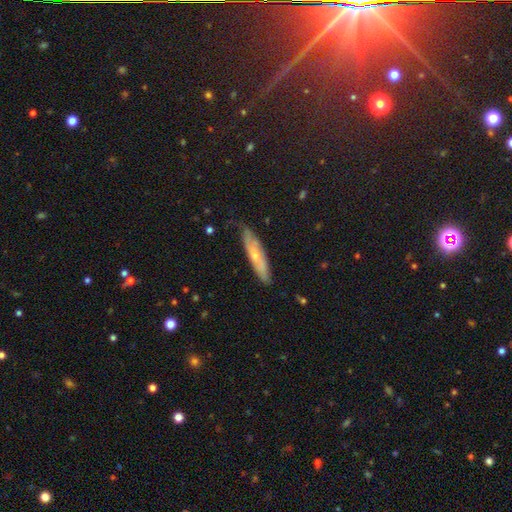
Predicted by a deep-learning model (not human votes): featured or disk 49%, smooth 45%, star or artifact 6%. Down the decision tree: merging — none (71%).